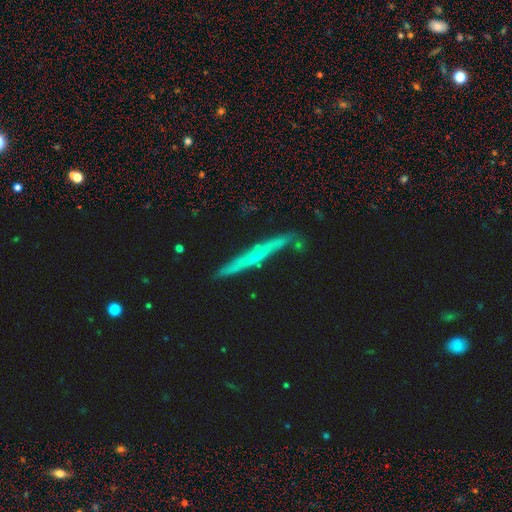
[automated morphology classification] This is likely a featured or disk galaxy (65%). It is clearly viewed edge-on (93%). Edge-on bulge: possibly none (52%). Merging: likely none (76%).